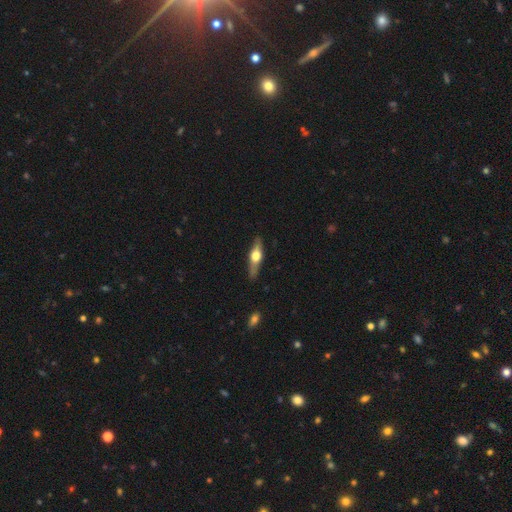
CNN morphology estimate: This is likely a featured or disk galaxy (62%). It is clearly viewed edge-on (93%). Edge-on bulge: clearly rounded (94%). Merging: clearly none (83%).